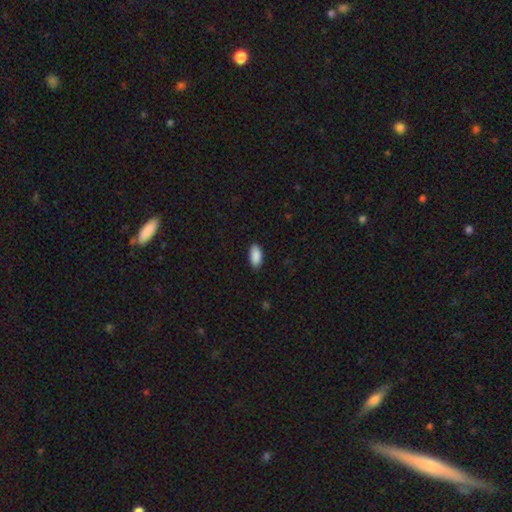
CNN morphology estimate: A smooth galaxy with no disk features (91%) that is in between round and cigar-shaped (93%).

Vote fractions:
- Smooth or featured? smooth: 91% / star or artifact: 6% / featured or disk: 3%
- How rounded? in between: 93% / cigar-shaped: 5% / round: 2%
- Merging? none: 88% / minor disturbance: 9% / major disturbance: 2% / merger: 1%